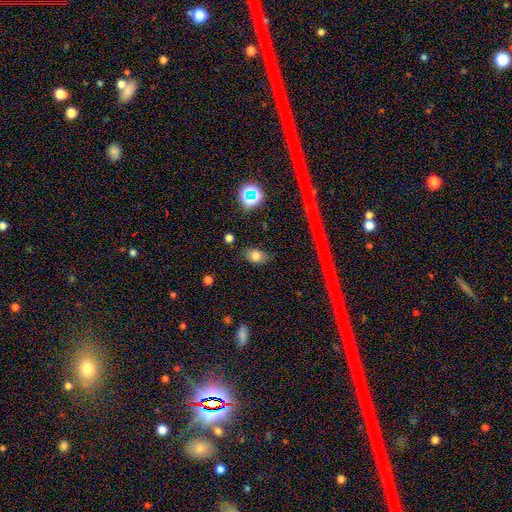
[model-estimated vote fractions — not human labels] Smooth or featured? Predicted: smooth (p=0.77). How rounded? Predicted: in between (p=0.67). Merging? Predicted: none (p=0.79).